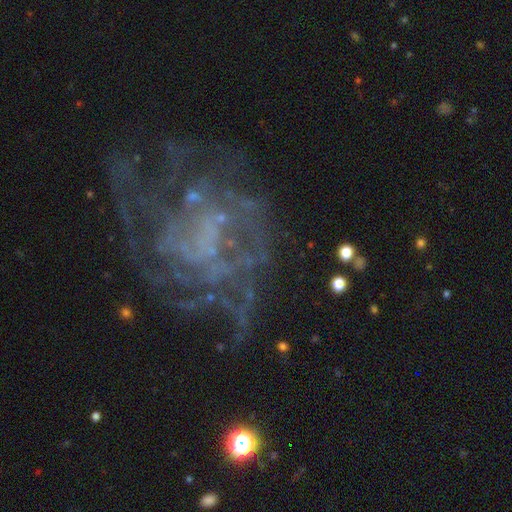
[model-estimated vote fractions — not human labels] Smooth or featured? featured or disk (74%)
Edge-on disk? no (98%)
Bar? no (72%)
Spiral arms? yes (66%)
Bulge size? none (59%)
Merging? none (49%)